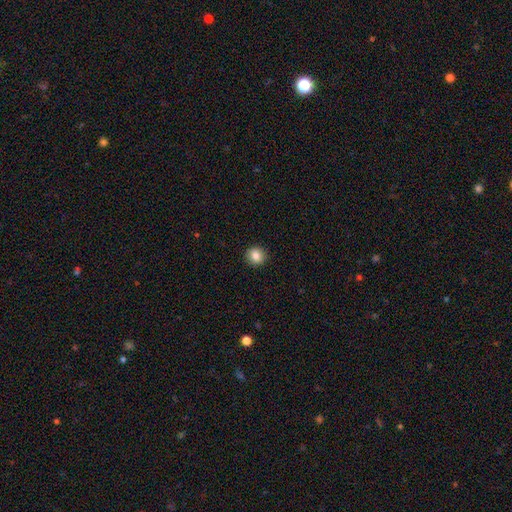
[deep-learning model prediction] A smooth galaxy with no disk features (85%) that is round (88%). Merging: none (92%).